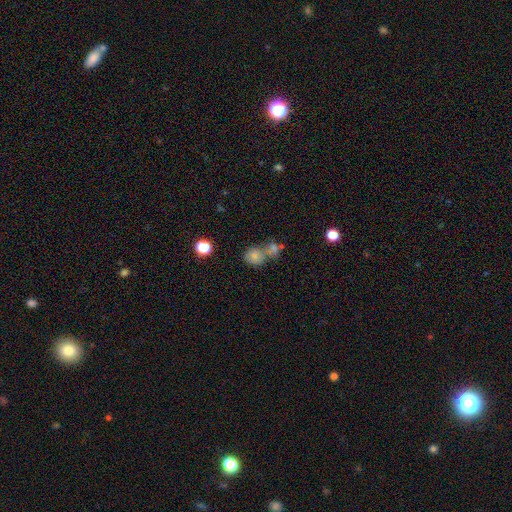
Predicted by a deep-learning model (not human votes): smooth_or_featured: smooth (p=0.74) [alt: star or artifact p=0.14]
how_rounded: round (p=0.72) [alt: in between p=0.27]
merging: merger (p=0.54) [alt: none p=0.32]